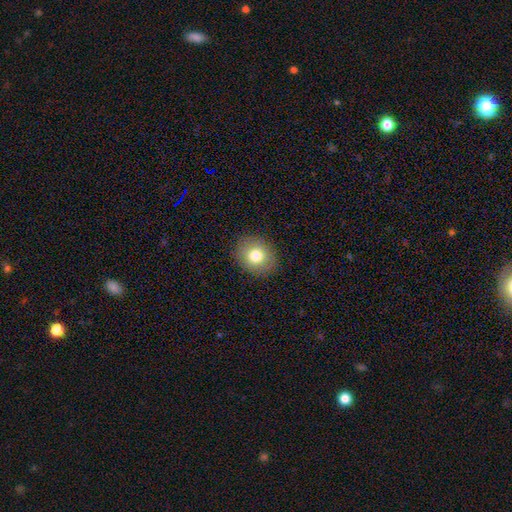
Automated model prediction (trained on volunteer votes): smooth 77%, featured or disk 13%, star or artifact 10%. Down the decision tree: how rounded — round (62%); merging — none (88%).